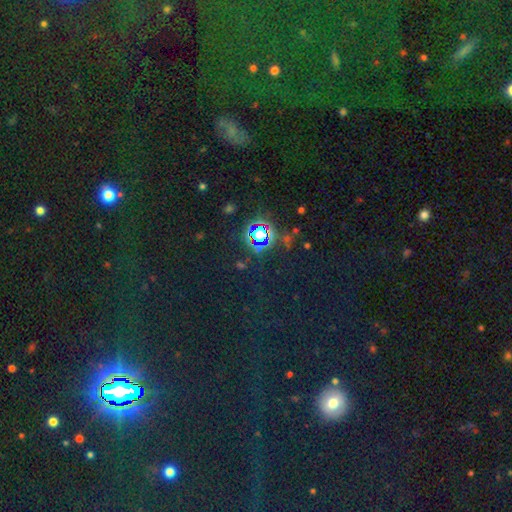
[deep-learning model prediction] A star or artifact, not a galaxy (74%).